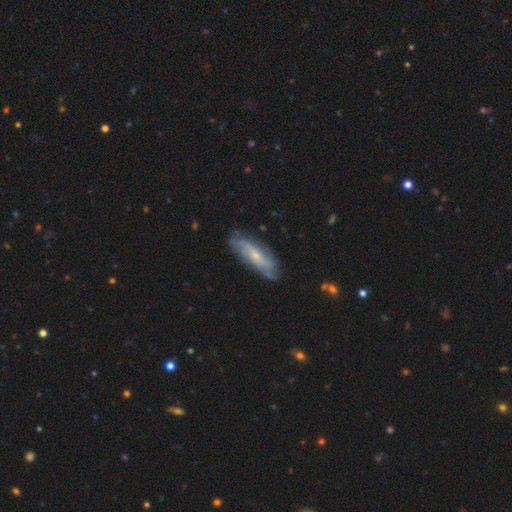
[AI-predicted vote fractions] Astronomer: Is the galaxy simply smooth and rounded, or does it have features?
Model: featured or disk — 69%.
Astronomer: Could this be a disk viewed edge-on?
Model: no — 75%.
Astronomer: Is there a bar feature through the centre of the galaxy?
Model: no — 63%.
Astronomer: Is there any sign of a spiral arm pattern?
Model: yes — 87%.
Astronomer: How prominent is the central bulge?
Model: small — 69%.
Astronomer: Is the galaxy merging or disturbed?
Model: none — 77%.